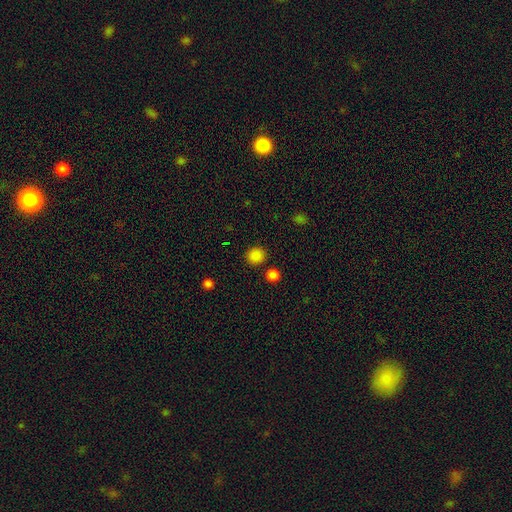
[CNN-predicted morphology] smooth 85%, star or artifact 12%, featured or disk 3%. Down the decision tree: how rounded — round (89%); merging — none (86%).